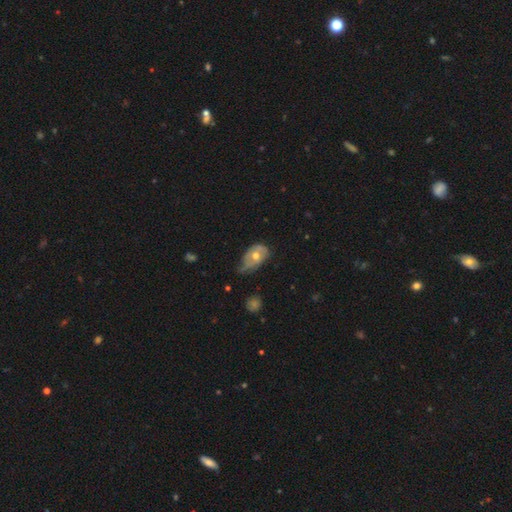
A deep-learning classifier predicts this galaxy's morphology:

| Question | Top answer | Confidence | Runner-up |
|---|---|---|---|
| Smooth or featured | featured or disk | 47% | smooth (46%) |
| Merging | minor disturbance | 46% | none (27%) |